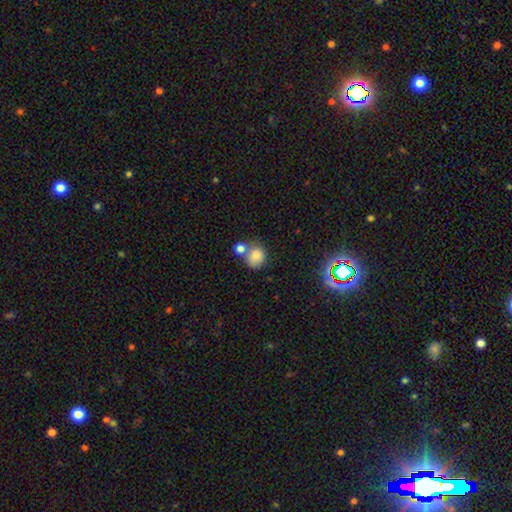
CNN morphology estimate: Smooth or featured?
  - smooth: 81% *
  - star or artifact: 10%
  - featured or disk: 9%
How rounded?
  - round: 79% *
  - in between: 20%
  - cigar-shaped: 1%
Merging?
  - none: 46% *
  - merger: 36%
  - minor disturbance: 13%
  - major disturbance: 5%